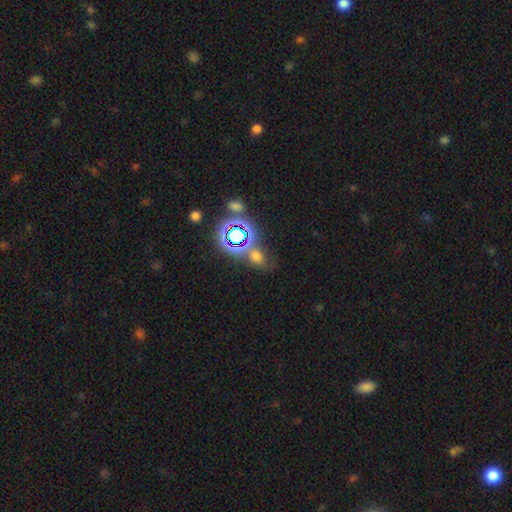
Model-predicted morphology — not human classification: smooth-or-featured: smooth: 50% | star or artifact: 40% | featured or disk: 10%
  merging: none: 60% | merger: 17% | minor disturbance: 15% | major disturbance: 8%